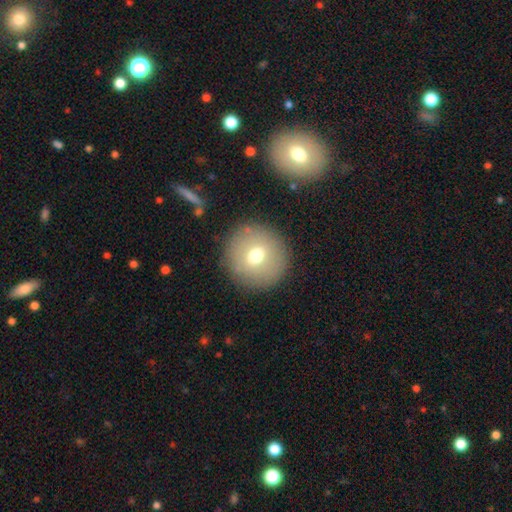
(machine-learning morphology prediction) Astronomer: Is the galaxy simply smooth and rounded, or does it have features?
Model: smooth — 65%.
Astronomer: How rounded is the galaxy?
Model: round — 92%.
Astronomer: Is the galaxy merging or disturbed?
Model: none — 87%.